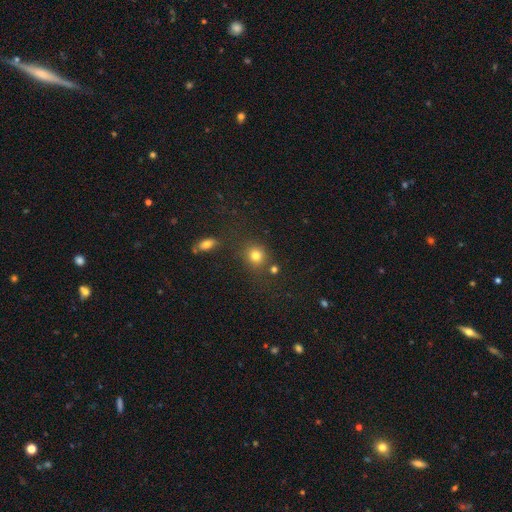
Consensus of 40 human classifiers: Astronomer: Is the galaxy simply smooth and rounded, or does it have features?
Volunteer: smooth — 80%.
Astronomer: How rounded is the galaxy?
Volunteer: round — 91%.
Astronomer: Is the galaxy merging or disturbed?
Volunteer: none — 75%.